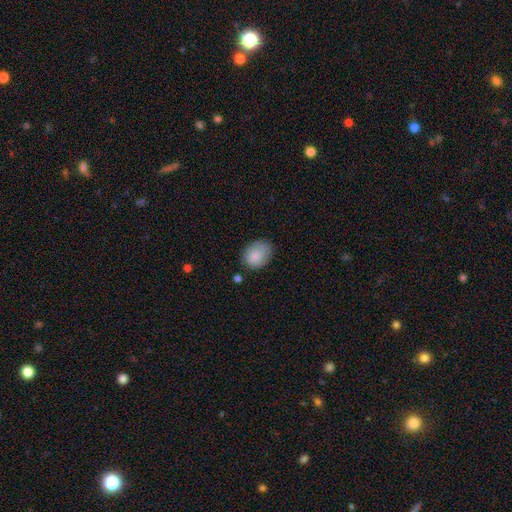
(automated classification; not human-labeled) Overall: smooth (81%). How rounded: in between (59%; round 40%). Merging: none (69%).